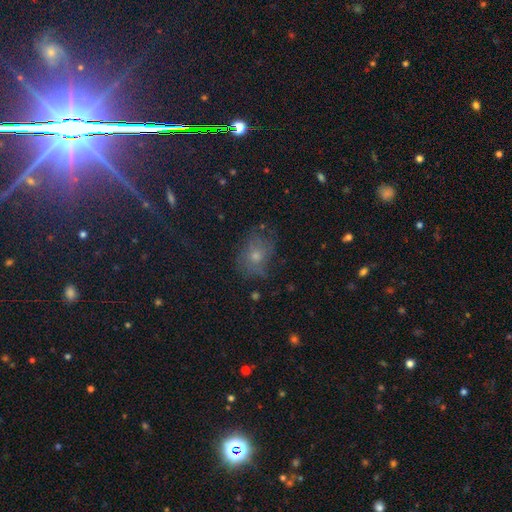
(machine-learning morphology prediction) This is possibly a smooth galaxy (51%). How rounded: possibly in between (59%). Merging: possibly none (57%).